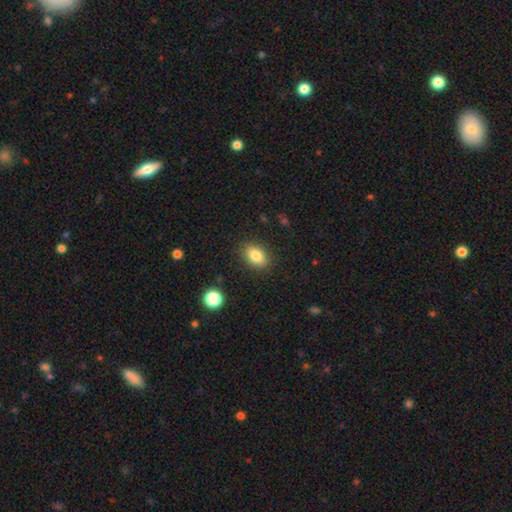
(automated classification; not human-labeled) Smooth or featured: smooth — 83% (star or artifact — 9%)
How rounded: in between — 86% (round — 12%)
Merging: none — 86% (minor disturbance — 10%)